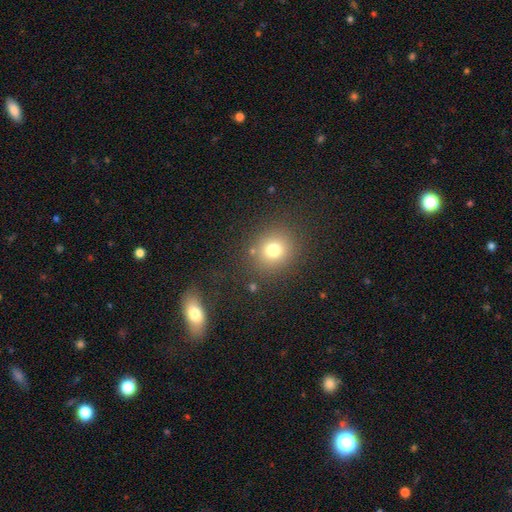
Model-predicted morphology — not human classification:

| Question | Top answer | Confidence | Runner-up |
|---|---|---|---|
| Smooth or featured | smooth | 61% | star or artifact (30%) |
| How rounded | round | 79% | in between (19%) |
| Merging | none | 85% | minor disturbance (7%) |